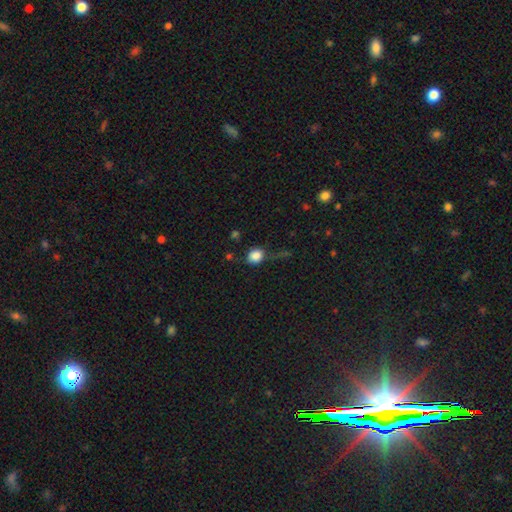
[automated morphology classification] The model was most divided on "how rounded": round: 59%, in between: 39%, cigar-shaped: 2%. Remaining: smooth or featured — smooth (81%); merging — none (49%).